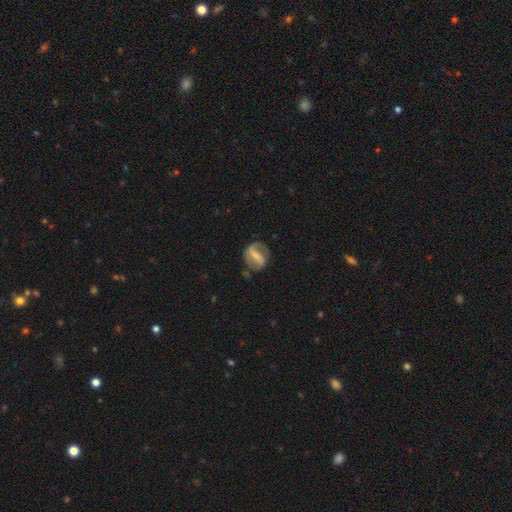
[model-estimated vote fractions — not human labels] This appears to be a featured or disk galaxy (72%) with a strong bar (65%), 2 (80%) medium (40%) spiral arms (75%) and a small central bulge (51%). Merging: none (67%).